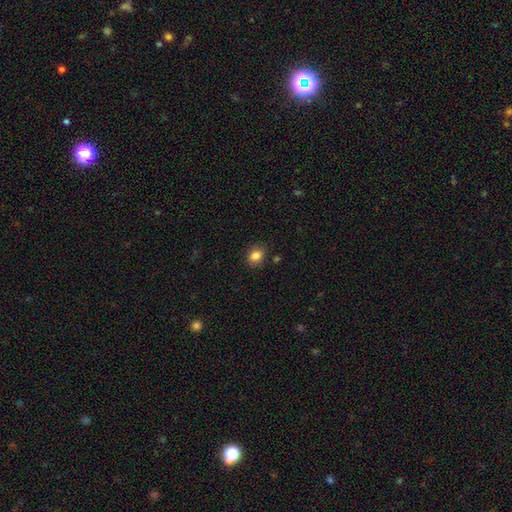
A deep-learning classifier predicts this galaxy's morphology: Smooth or featured: smooth — 84% (star or artifact — 10%)
How rounded: round — 51% (in between — 47%)
Merging: none — 84% (minor disturbance — 12%)